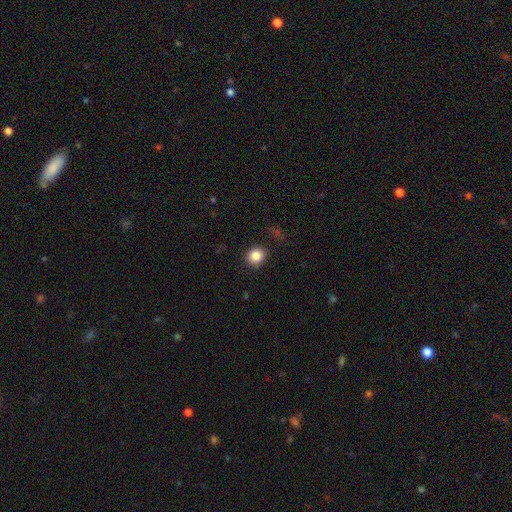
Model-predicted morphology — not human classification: The model was most divided on "how rounded": round: 79%, in between: 20%, cigar-shaped: 1%. More confident: merging — none (88%); smooth or featured — smooth (85%).